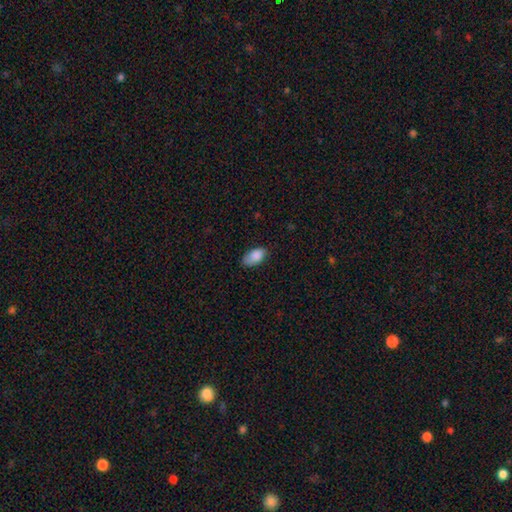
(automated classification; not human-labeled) smooth 86%, featured or disk 7%, star or artifact 7%. Down the decision tree: how rounded — in between (94%); merging — none (71%).